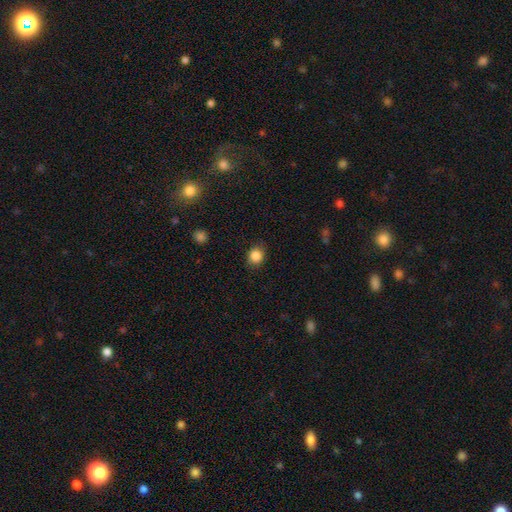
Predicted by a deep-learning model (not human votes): Smooth or featured? smooth (85%)
How rounded? round (67%)
Merging? none (84%)